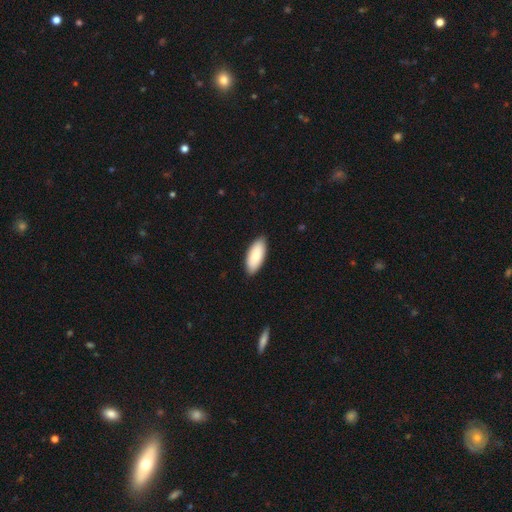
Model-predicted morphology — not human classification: Smooth or featured? smooth (85%)
How rounded? in between (86%)
Merging? none (88%)